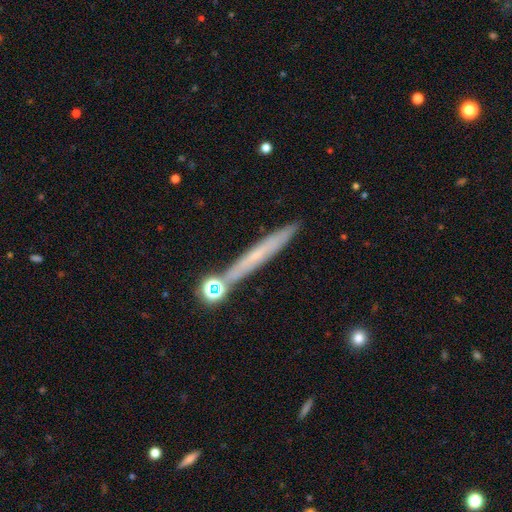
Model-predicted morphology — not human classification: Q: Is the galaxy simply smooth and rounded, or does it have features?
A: featured or disk — 47%.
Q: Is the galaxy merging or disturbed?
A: none — 78%.